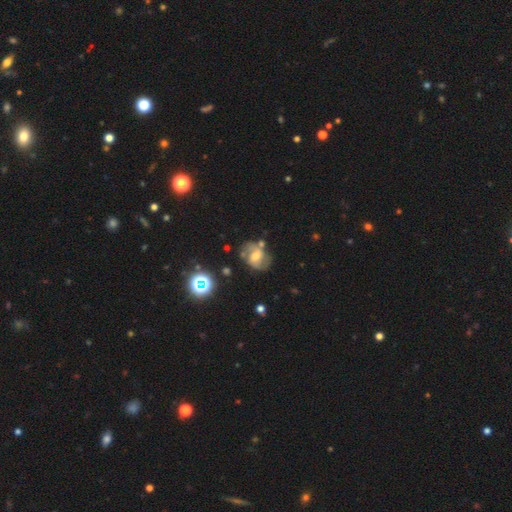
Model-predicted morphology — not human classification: featured or disk 63%, smooth 25%, star or artifact 12%. Down the decision tree: edge-on disk — no (97%); bar — weak (47%); spiral arms — yes (78%); bulge size — moderate (56%); merging — none (60%).